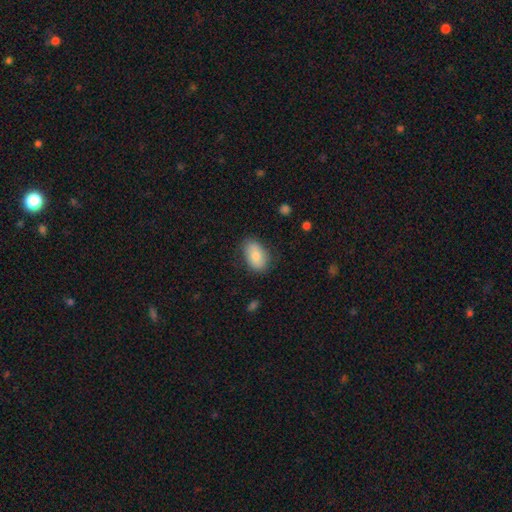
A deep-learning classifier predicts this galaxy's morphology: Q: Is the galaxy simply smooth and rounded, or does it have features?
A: smooth — 76%.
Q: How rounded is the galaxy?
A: in between — 89%.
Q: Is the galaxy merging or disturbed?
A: none — 77%.